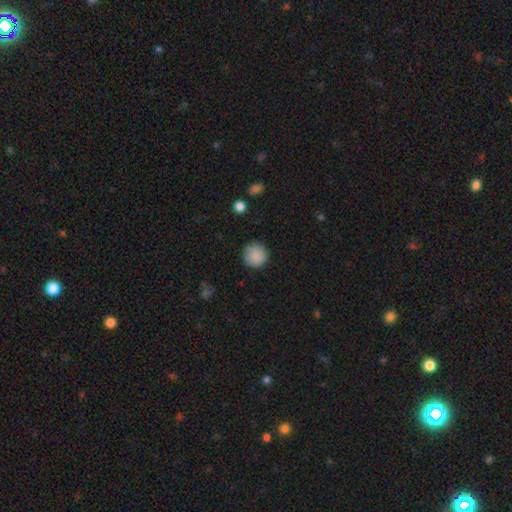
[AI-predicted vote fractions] Smooth or featured? smooth (88%)
How rounded? round (95%)
Merging? none (88%)